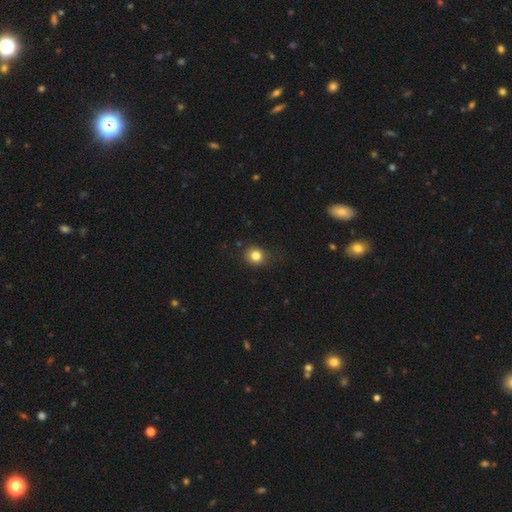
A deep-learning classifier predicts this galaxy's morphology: smooth 82%, star or artifact 12%, featured or disk 6%. Down the decision tree: how rounded — round (81%); merging — none (82%).